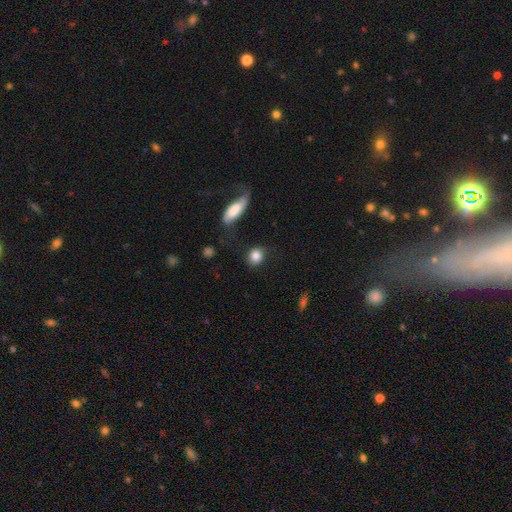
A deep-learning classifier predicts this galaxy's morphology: Smooth or featured: smooth — 84% (star or artifact — 8%)
How rounded: round — 68% (in between — 30%)
Merging: none — 76% (minor disturbance — 14%)